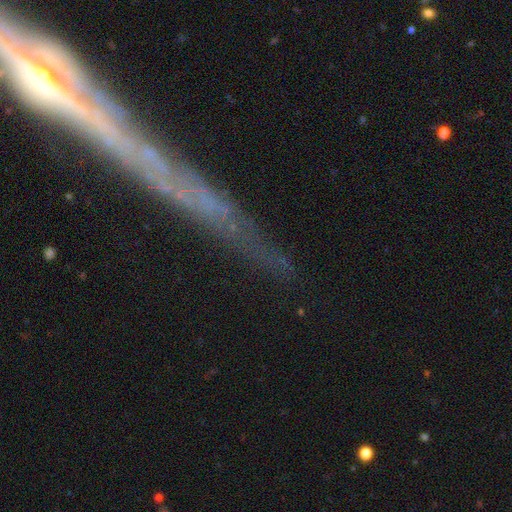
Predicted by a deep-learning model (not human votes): A featured or disk galaxy (45%). Merging: none (75%).